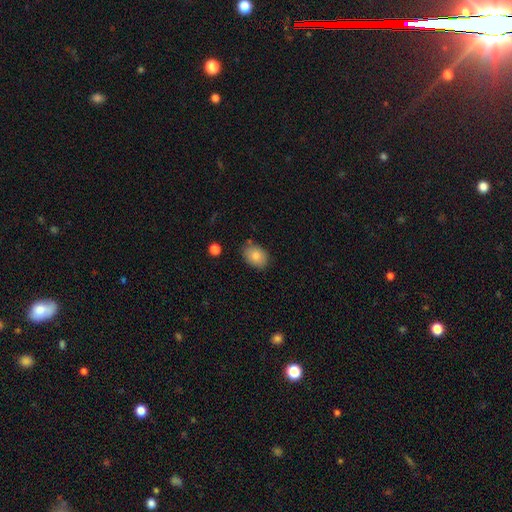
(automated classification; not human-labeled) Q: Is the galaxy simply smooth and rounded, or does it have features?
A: smooth — 83%.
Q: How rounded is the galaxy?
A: in between — 70%.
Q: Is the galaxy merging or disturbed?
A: none — 81%.